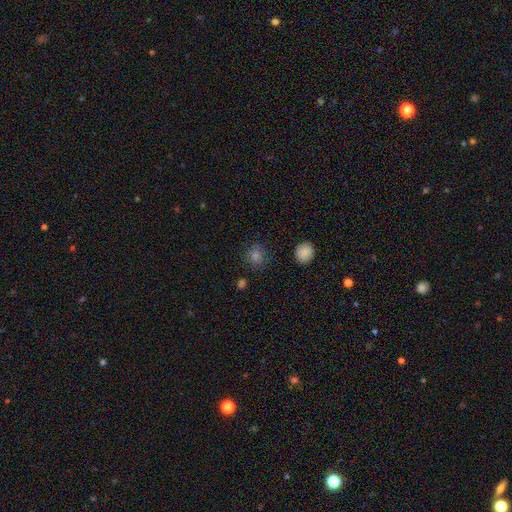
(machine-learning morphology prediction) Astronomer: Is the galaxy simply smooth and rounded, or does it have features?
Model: smooth — 70%.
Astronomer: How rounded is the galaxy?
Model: round — 88%.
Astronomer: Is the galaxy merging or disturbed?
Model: none — 85%.